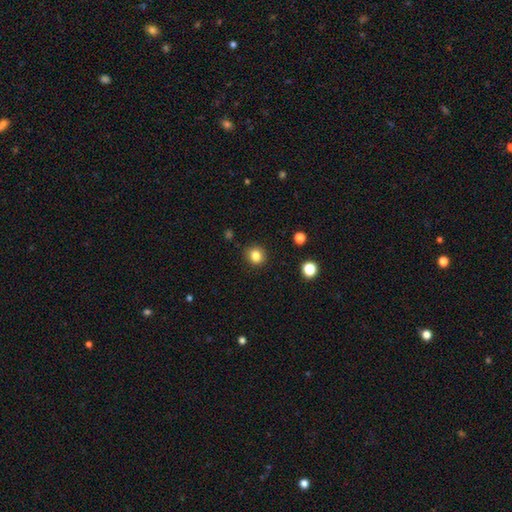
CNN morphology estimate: A smooth galaxy with no disk features (83%) that is round (87%).

Vote fractions:
- Smooth or featured? smooth: 83% / star or artifact: 12% / featured or disk: 5%
- How rounded? round: 87% / in between: 12% / cigar-shaped: 1%
- Merging? none: 89% / minor disturbance: 7% / major disturbance: 2% / merger: 1%